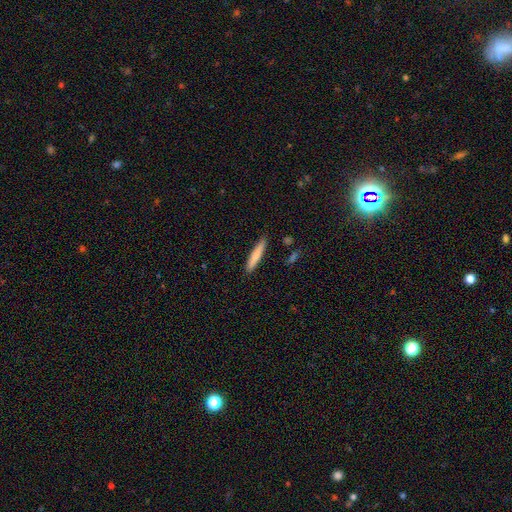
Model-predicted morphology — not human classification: This is likely a smooth galaxy (78%). How rounded: clearly cigar-shaped (92%). Merging: clearly none (88%).